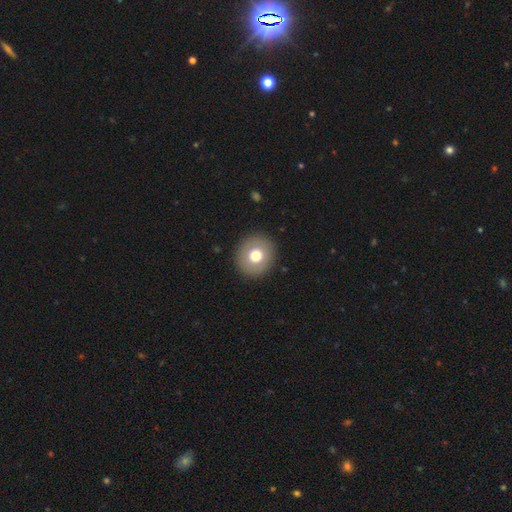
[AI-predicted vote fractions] smooth 72%, featured or disk 19%, star or artifact 9%. Down the decision tree: how rounded — round (88%); merging — none (91%).